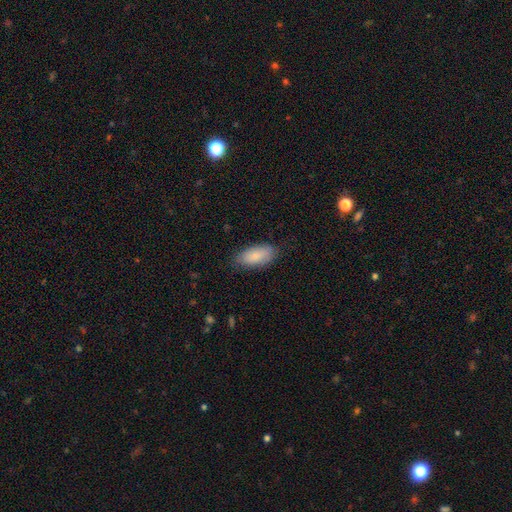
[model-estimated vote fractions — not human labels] A smooth galaxy with no disk features (87%) that is in between round and cigar-shaped (89%).

Vote fractions:
- Smooth or featured? smooth: 87% / featured or disk: 8% / star or artifact: 6%
- How rounded? in between: 89% / cigar-shaped: 9% / round: 2%
- Merging? none: 81% / minor disturbance: 15% / major disturbance: 3% / merger: 1%